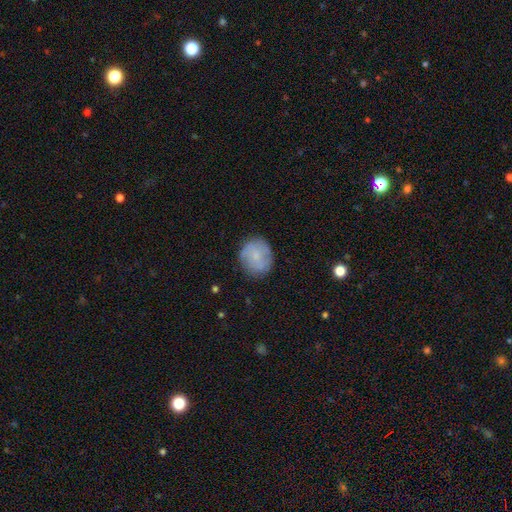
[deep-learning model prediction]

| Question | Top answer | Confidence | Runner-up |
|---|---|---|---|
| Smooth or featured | smooth | 63% | featured or disk (29%) |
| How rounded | round | 84% | in between (15%) |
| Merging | none | 79% | minor disturbance (15%) |